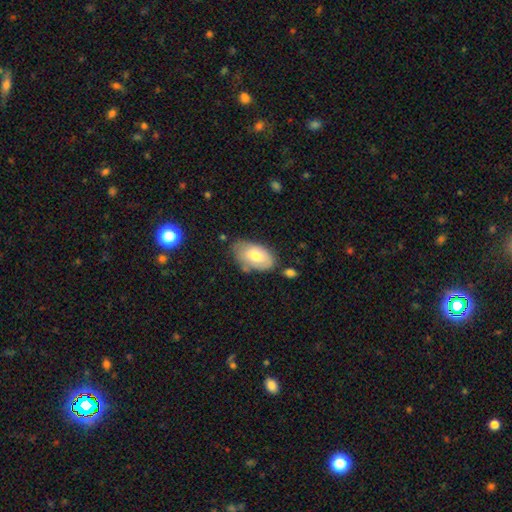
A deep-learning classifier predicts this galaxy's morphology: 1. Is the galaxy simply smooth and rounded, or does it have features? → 70% smooth, 23% featured or disk, 7% star or artifact.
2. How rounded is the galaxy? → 94% in between, 5% round, 2% cigar-shaped.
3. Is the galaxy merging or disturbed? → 63% none, 26% minor disturbance, 6% merger, 5% major disturbance.